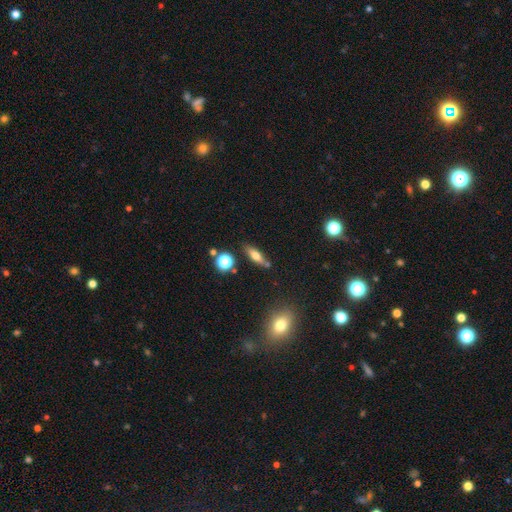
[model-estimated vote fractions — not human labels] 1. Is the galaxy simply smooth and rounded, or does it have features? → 57% smooth, 32% featured or disk, 11% star or artifact.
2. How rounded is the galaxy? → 49% cigar-shaped, 46% in between, 6% round.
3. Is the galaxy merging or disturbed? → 74% none, 14% minor disturbance, 9% merger, 4% major disturbance.